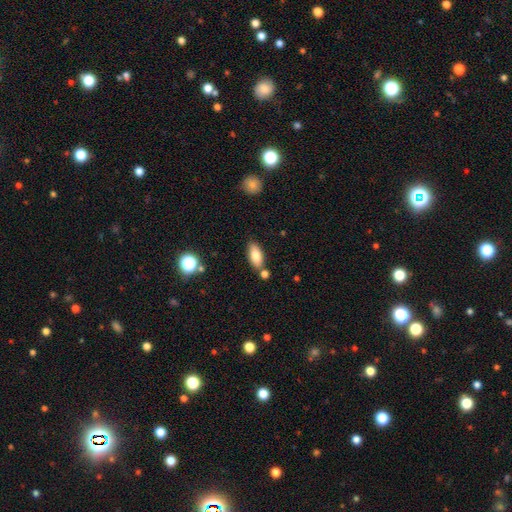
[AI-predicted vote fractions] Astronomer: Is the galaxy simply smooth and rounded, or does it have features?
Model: smooth — 80%.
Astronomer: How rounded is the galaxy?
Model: in between — 84%.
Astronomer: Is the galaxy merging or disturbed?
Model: none — 73%.